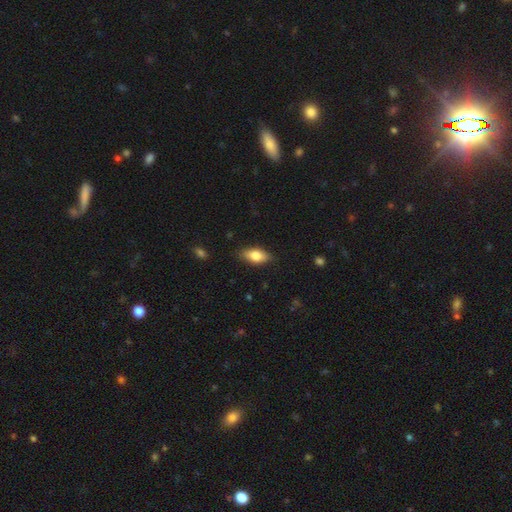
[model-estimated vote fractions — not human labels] A smooth galaxy with no disk features (74%) that is in between round and cigar-shaped (84%).

Vote fractions:
- Smooth or featured? smooth: 74% / featured or disk: 19% / star or artifact: 7%
- How rounded? in between: 84% / cigar-shaped: 12% / round: 4%
- Merging? none: 84% / minor disturbance: 13% / major disturbance: 3% / merger: 1%